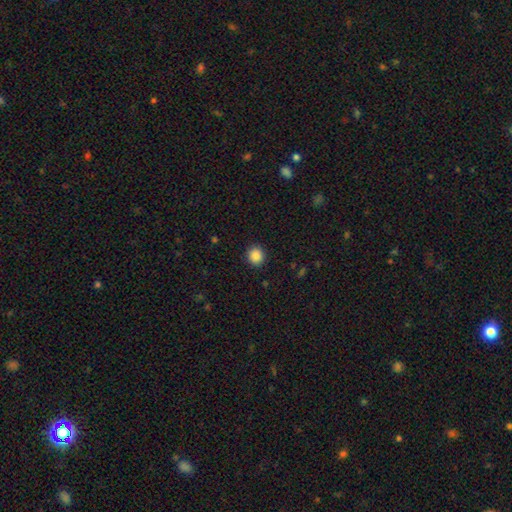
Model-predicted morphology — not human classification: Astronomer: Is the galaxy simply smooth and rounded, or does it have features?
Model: smooth — 88%.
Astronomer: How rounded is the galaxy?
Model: round — 84%.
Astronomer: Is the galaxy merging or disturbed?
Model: none — 91%.